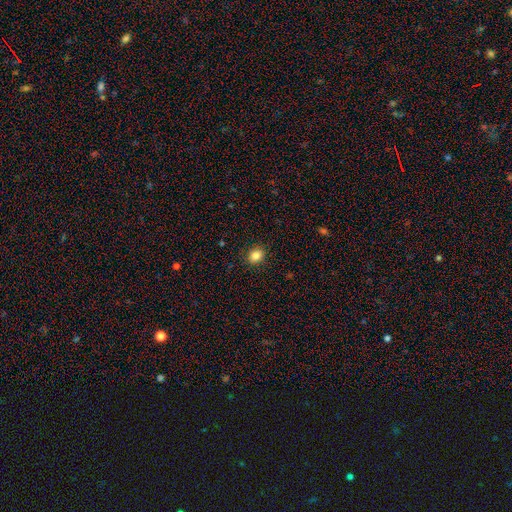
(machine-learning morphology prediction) Overall: smooth (86%). How rounded: round (57%; in between 42%). Merging: none (90%).